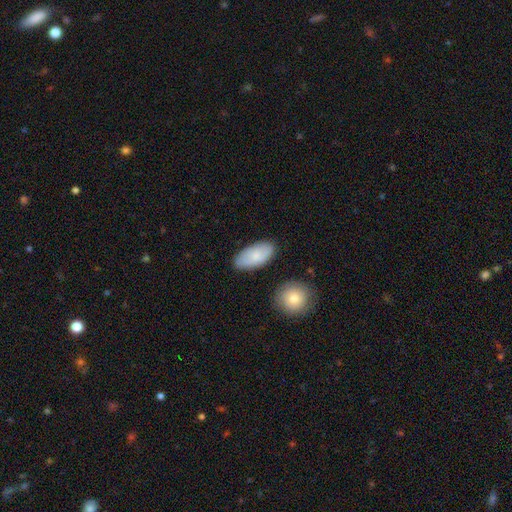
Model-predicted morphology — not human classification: This appears to be a smooth galaxy with no disk features (76%) that is in between round and cigar-shaped (93%). Merging: none (79%).